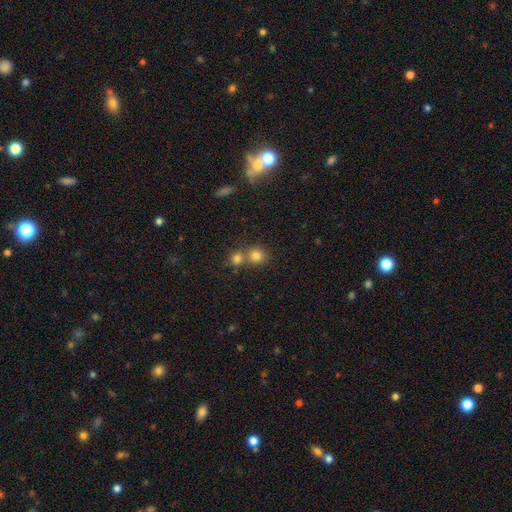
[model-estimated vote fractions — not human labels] Smooth or featured: smooth — 78% (star or artifact — 14%)
How rounded: round — 87% (in between — 12%)
Merging: none — 51% (merger — 41%)